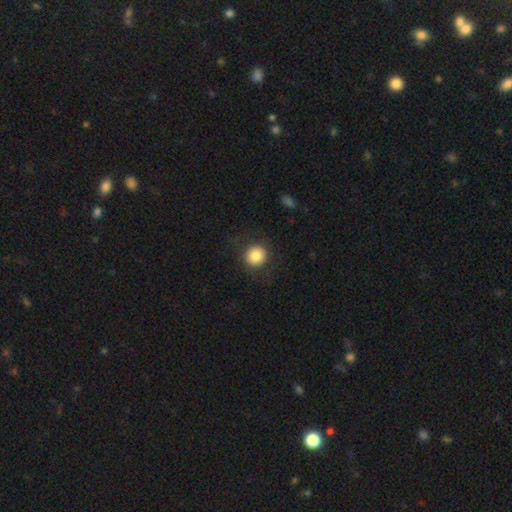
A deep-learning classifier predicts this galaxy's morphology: Q: Smooth or featured?
A: smooth (84%); runner-up: star or artifact (9%)
Q: How rounded?
A: round (91%); runner-up: in between (8%)
Q: Merging?
A: none (86%); runner-up: minor disturbance (8%)